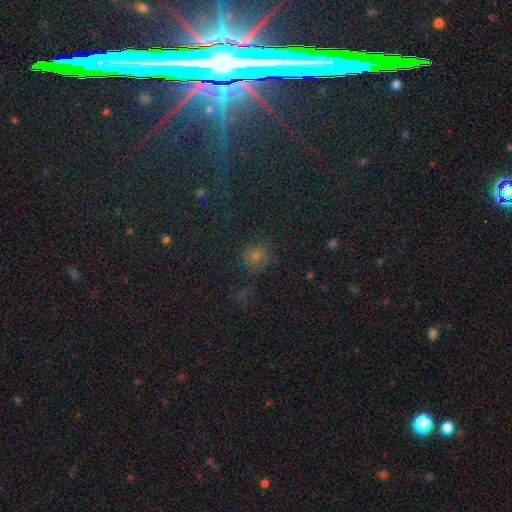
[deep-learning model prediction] Smooth or featured?
  - smooth: 52% *
  - star or artifact: 35%
  - featured or disk: 12%
How rounded?
  - round: 85% *
  - in between: 14%
  - cigar-shaped: 1%
Merging?
  - none: 70% *
  - minor disturbance: 17%
  - major disturbance: 10%
  - merger: 4%